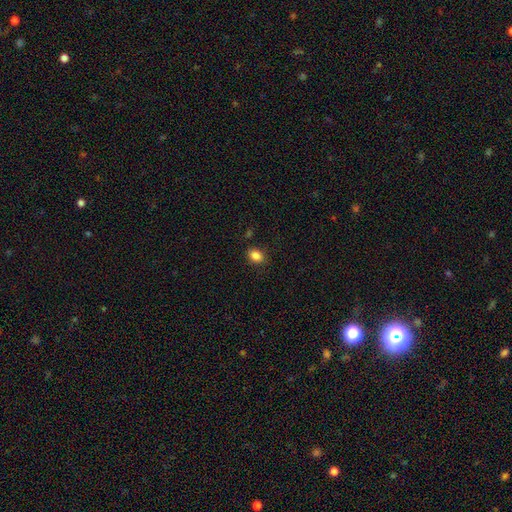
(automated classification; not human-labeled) Overall: smooth (85%). How rounded: in between (72%). Merging: none (85%).